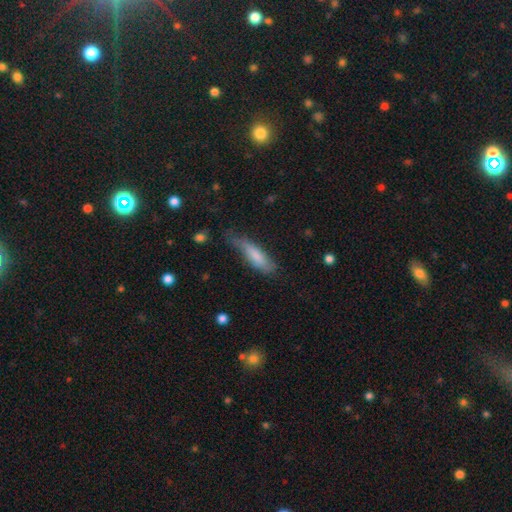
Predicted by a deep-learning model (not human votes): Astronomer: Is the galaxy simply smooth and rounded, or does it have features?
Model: smooth — 75%.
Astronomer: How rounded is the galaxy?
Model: cigar-shaped — 61% (runner-up: in between, 37%).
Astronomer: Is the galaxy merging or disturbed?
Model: none — 43% (runner-up: minor disturbance, 39%).